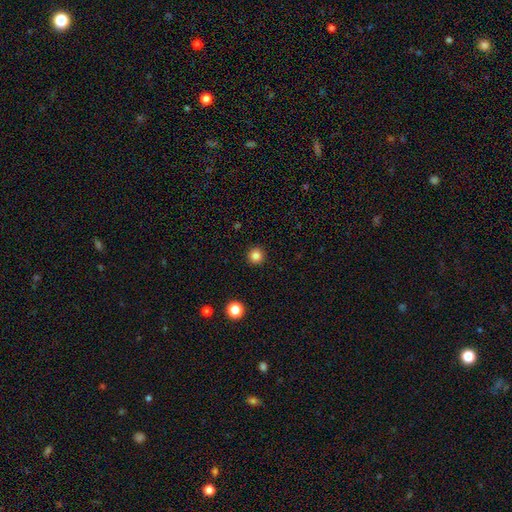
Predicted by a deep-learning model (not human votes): Smooth or featured: smooth — 84% (star or artifact — 12%)
How rounded: round — 96% (in between — 3%)
Merging: none — 93% (minor disturbance — 4%)